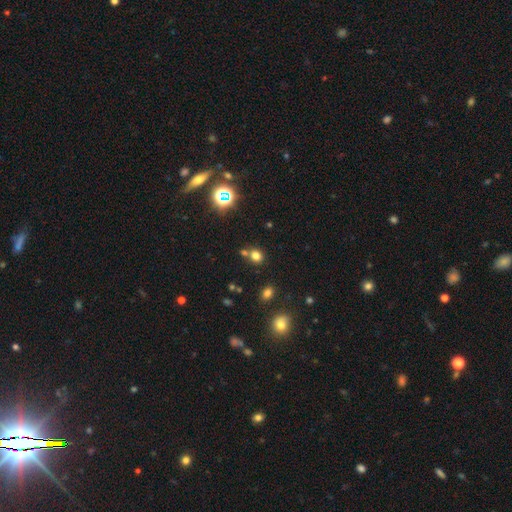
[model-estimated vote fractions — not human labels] Morphology: type=smooth (73%); roundness=round (74%); merging=none (62%).